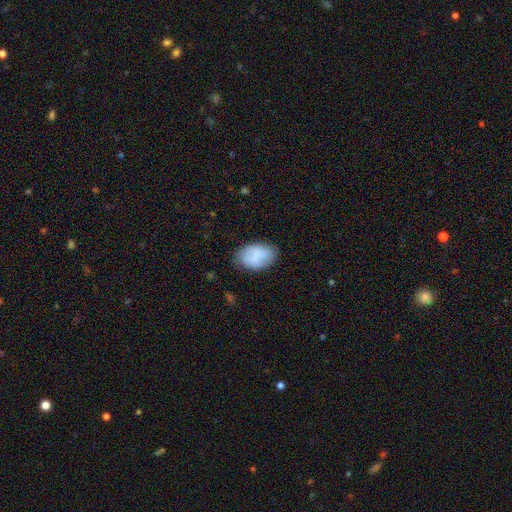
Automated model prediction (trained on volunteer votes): Overall: smooth (78%). How rounded: in between (86%). Merging: none (70%).